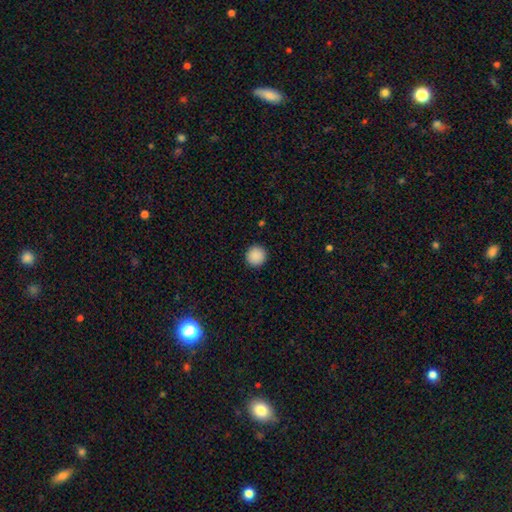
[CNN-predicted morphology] The model was most divided on "smooth or featured": smooth: 89%, star or artifact: 8%, featured or disk: 2%. More confident: how rounded — round (95%); merging — none (93%).